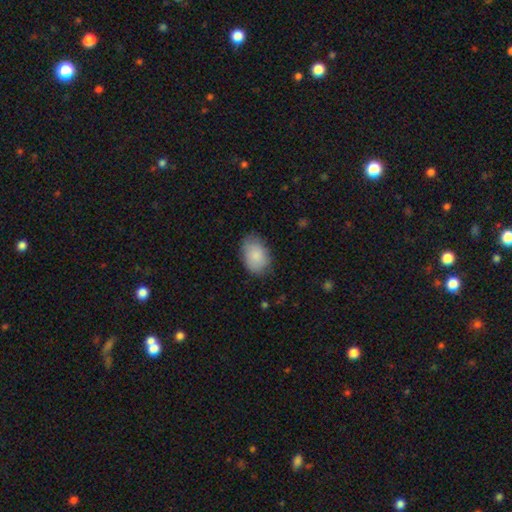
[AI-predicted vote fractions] The model was most divided on "merging": none: 77%, minor disturbance: 18%, major disturbance: 4%, merger: 1%. More confident: how rounded — in between (87%); smooth or featured — smooth (86%).